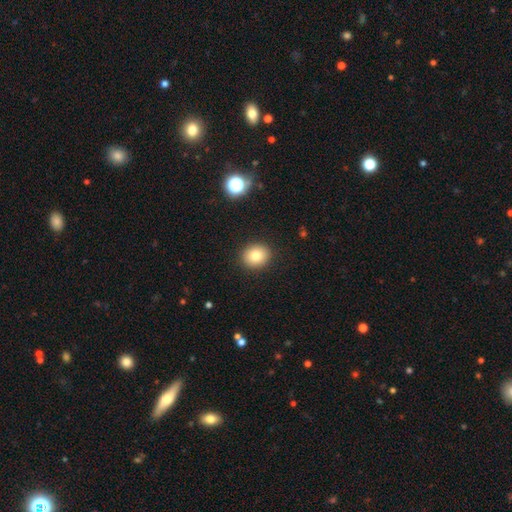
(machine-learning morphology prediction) A smooth galaxy with no disk features (81%) that is round (72%). Merging: none (90%).